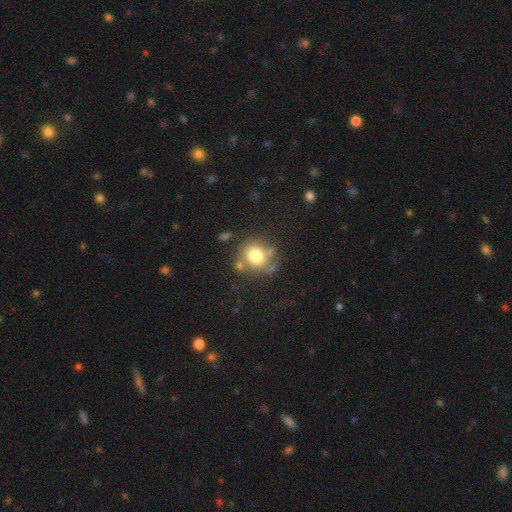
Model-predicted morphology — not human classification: This appears to be a smooth galaxy with no disk features (75%) that is round (82%). Merging: none (64%).